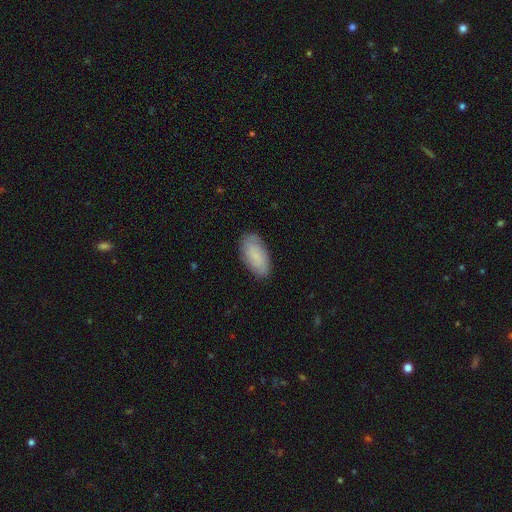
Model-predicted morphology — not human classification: Q: Smooth or featured?
A: smooth (79%); runner-up: featured or disk (15%)
Q: How rounded?
A: in between (92%); runner-up: cigar-shaped (6%)
Q: Merging?
A: none (82%); runner-up: minor disturbance (15%)